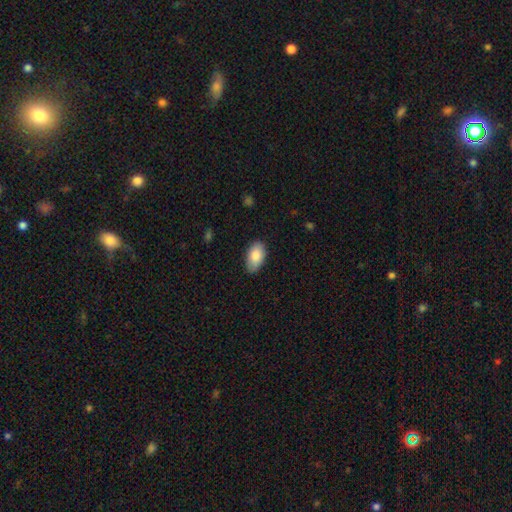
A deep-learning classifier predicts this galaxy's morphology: This is clearly a smooth galaxy (86%). How rounded: clearly in between (94%). Merging: clearly none (82%).